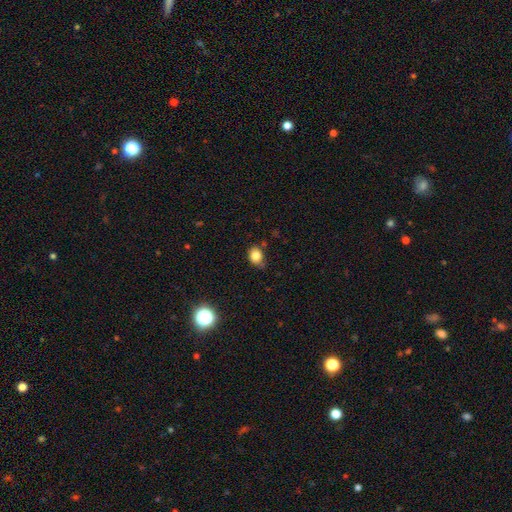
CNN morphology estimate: smooth_or_featured: smooth (p=0.82) [alt: star or artifact p=0.11]
how_rounded: in between (p=0.59) [alt: round p=0.40]
merging: none (p=0.64) [alt: minor disturbance p=0.28]